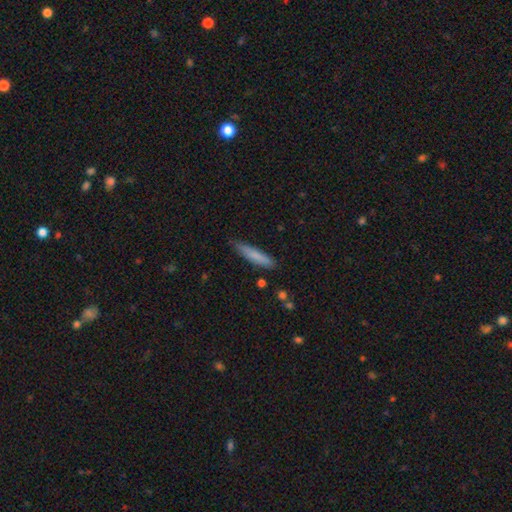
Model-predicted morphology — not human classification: Smooth or featured? Predicted: smooth (p=0.79). How rounded? Predicted: cigar-shaped (p=0.88). Merging? Predicted: none (p=0.82).